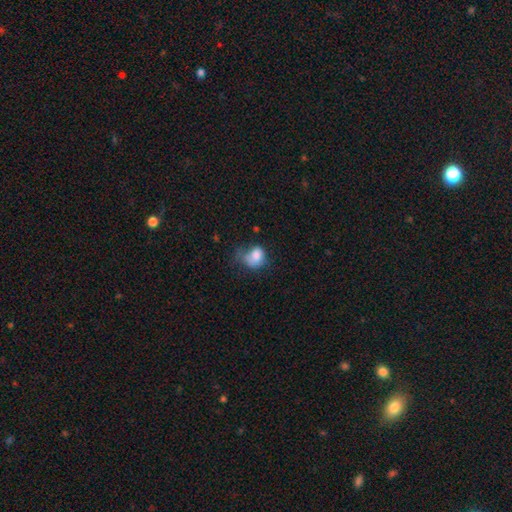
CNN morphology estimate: Smooth or featured? Predicted: smooth (p=0.79). How rounded? Predicted: in between (p=0.53). Merging? Predicted: minor disturbance (p=0.33).